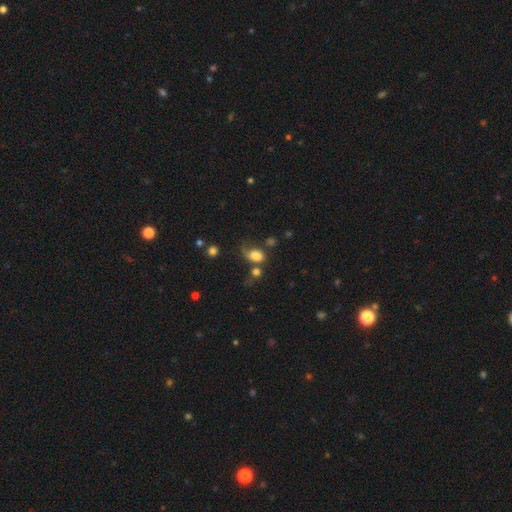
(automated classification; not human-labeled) This is likely a smooth galaxy (77%). How rounded: likely in between (75%). Merging: marginally none (35%).